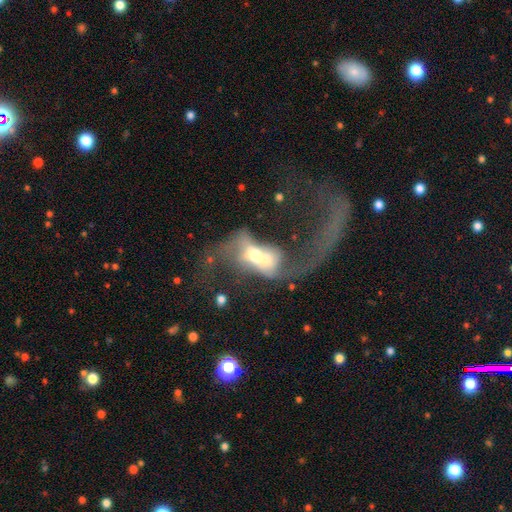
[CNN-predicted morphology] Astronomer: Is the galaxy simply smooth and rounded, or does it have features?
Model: featured or disk — 52% (runner-up: smooth, 38%).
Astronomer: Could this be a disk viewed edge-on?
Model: no — 92%.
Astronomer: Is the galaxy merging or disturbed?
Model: merger — 70%.